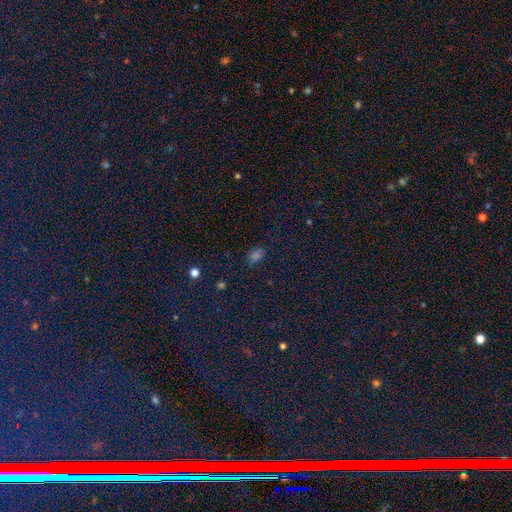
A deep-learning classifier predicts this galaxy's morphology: Smooth or featured? Predicted: smooth (p=0.66). How rounded? Predicted: in between (p=0.79). Merging? Predicted: none (p=0.80).